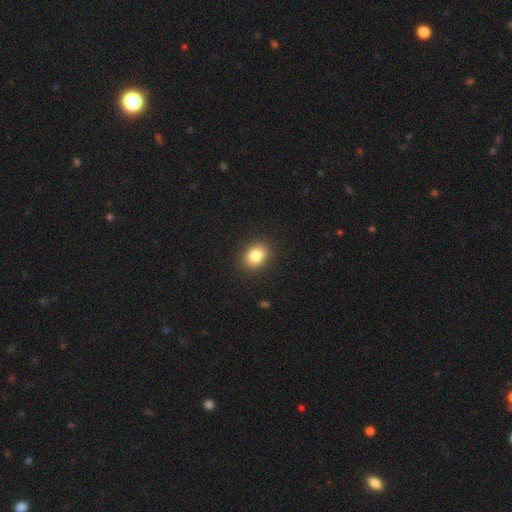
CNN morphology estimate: smooth 84%, star or artifact 9%, featured or disk 7%. Down the decision tree: how rounded — in between (55%); merging — none (89%).